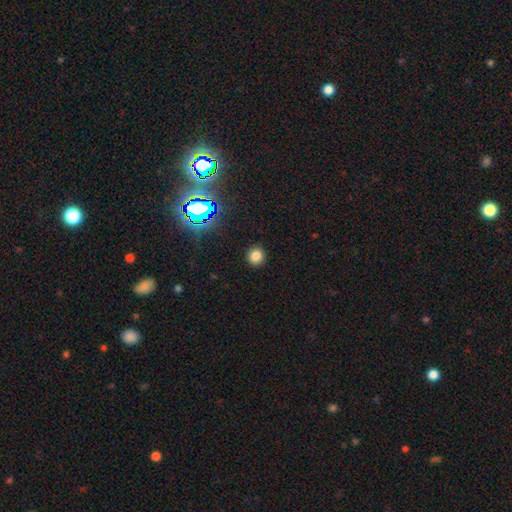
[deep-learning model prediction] smooth 76%, star or artifact 18%, featured or disk 6%. Down the decision tree: how rounded — round (90%); merging — none (91%).